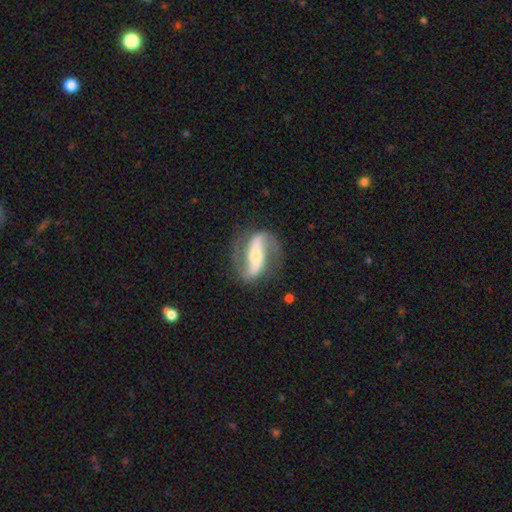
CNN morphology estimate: This is clearly a featured or disk galaxy (86%). It is clearly not viewed edge-on (92%). Bar: likely strong (64%). Spiral arm pattern: clearly yes (93%). Spiral arm count: clearly 2 (92%). Spiral winding: marginally loose (44%). Central bulge: possibly moderate (47%). Merging: likely none (79%).